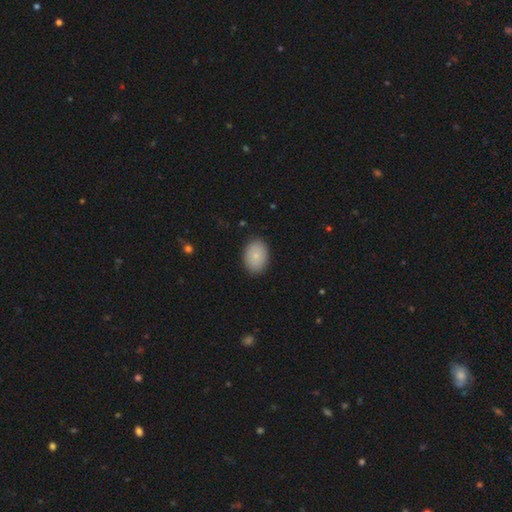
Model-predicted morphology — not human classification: This appears to be a smooth galaxy with no disk features (81%) that is in between round and cigar-shaped (81%). Merging: none (86%).